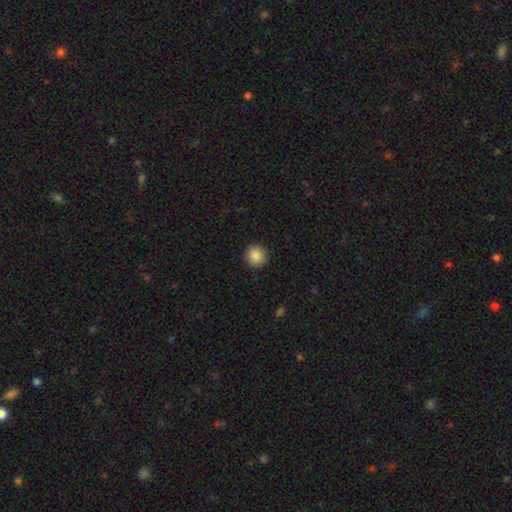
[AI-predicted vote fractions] A smooth galaxy with no disk features (89%) that is round (95%). Merging: none (92%).